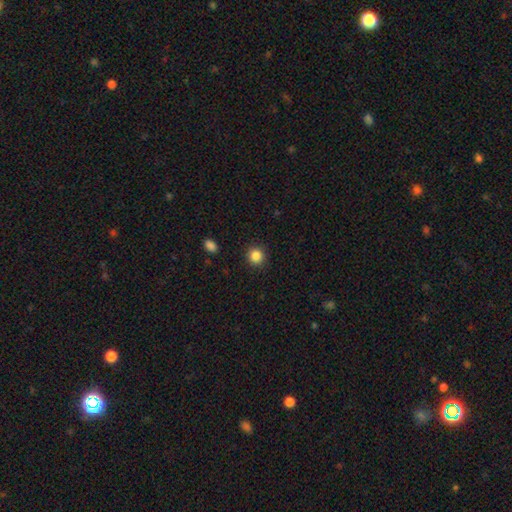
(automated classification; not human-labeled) Smooth or featured?
  - smooth: 85% *
  - star or artifact: 11%
  - featured or disk: 4%
How rounded?
  - round: 92% *
  - in between: 7%
  - cigar-shaped: 1%
Merging?
  - none: 92% *
  - minor disturbance: 5%
  - major disturbance: 2%
  - merger: 1%